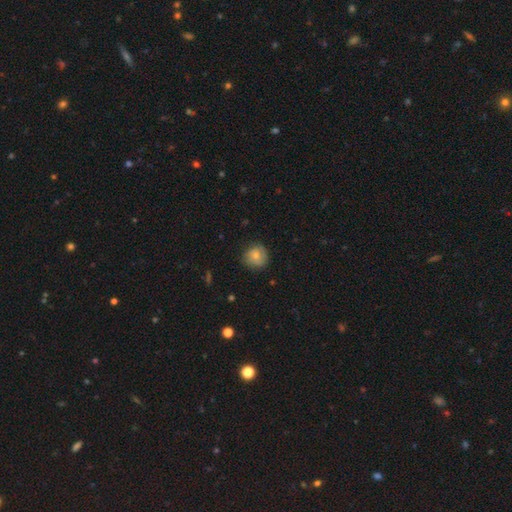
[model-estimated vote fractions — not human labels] This appears to be a smooth galaxy with no disk features (59%) that is round (86%). Merging: none (75%).